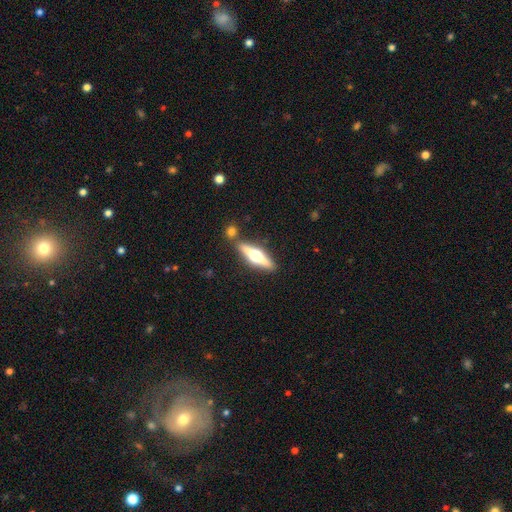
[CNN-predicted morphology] Smooth or featured? featured or disk (69%)
Edge-on disk? yes (96%)
Edge-on bulge? rounded (96%)
Merging? none (80%)